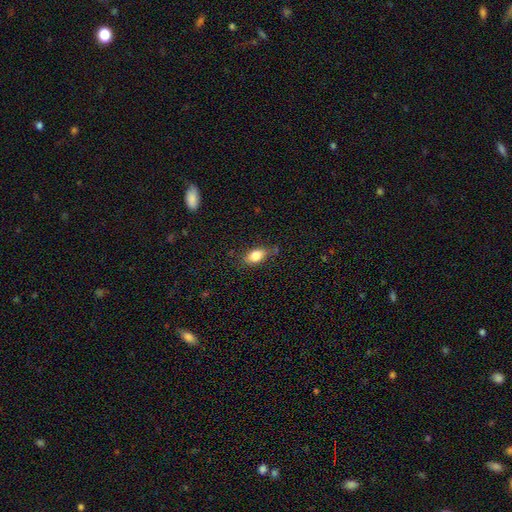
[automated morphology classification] smooth 81%, featured or disk 11%, star or artifact 8%. Down the decision tree: how rounded — in between (86%); merging — none (76%).